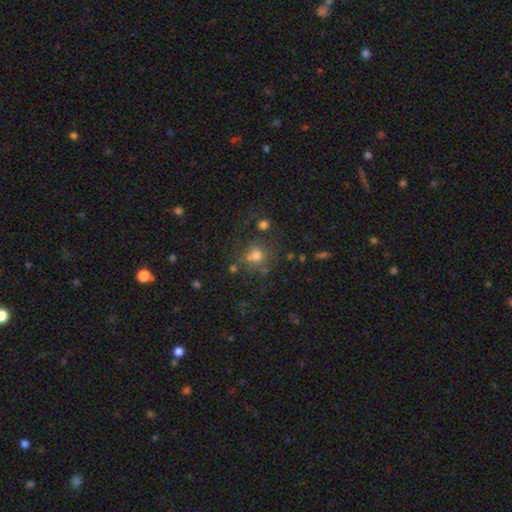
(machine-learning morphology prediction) Smooth or featured: smooth — 65% (star or artifact — 20%)
How rounded: round — 82% (in between — 17%)
Merging: none — 57% (minor disturbance — 16%)